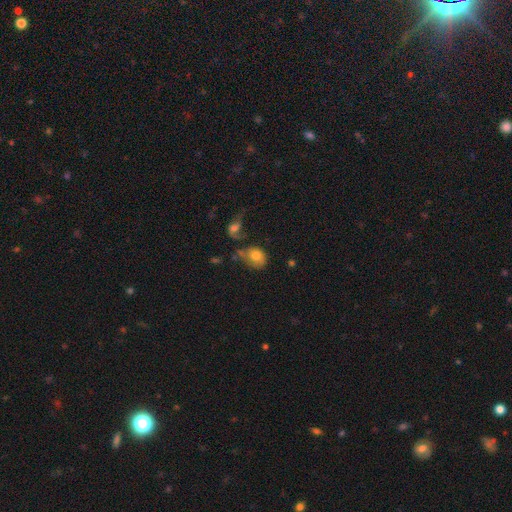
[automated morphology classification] Smooth or featured? Predicted: smooth (p=0.69). How rounded? Predicted: in between (p=0.58). Merging? Predicted: merger (p=0.29).